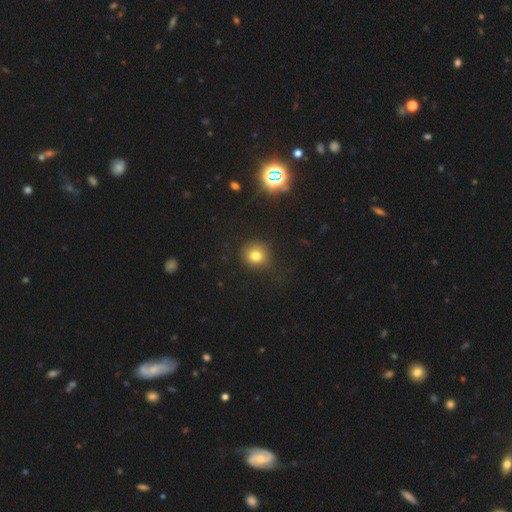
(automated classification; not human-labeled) smooth_or_featured: smooth (p=0.75) [alt: star or artifact p=0.16]
how_rounded: round (p=0.87) [alt: in between p=0.12]
merging: none (p=0.82) [alt: minor disturbance p=0.12]